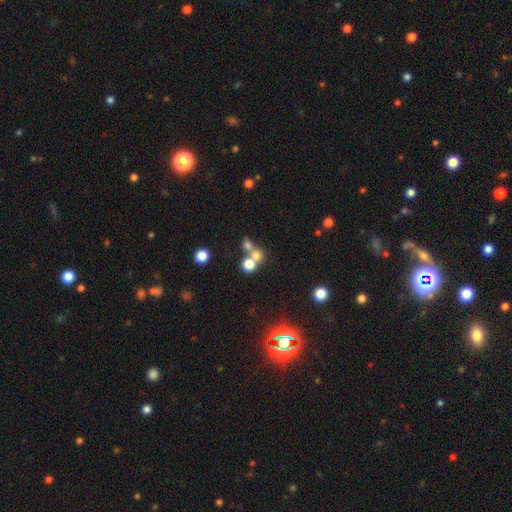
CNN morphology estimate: smooth-or-featured: smooth: 68% | star or artifact: 18% | featured or disk: 14%
  how-rounded: round: 84% | in between: 15% | cigar-shaped: 1%
  merging: merger: 52% | none: 38% | minor disturbance: 6% | major disturbance: 4%